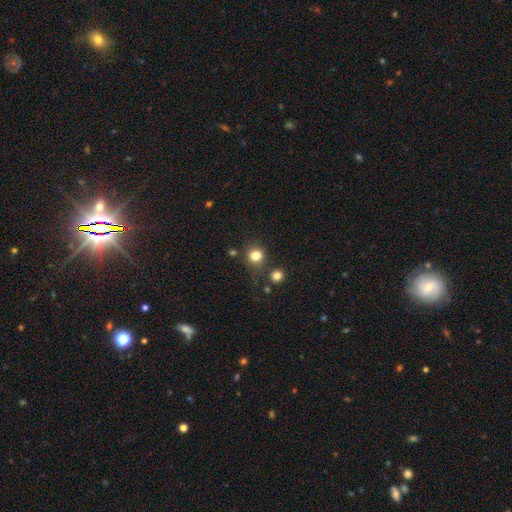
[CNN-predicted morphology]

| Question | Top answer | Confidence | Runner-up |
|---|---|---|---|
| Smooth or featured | smooth | 81% | star or artifact (13%) |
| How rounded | round | 88% | in between (11%) |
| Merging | none | 77% | minor disturbance (11%) |